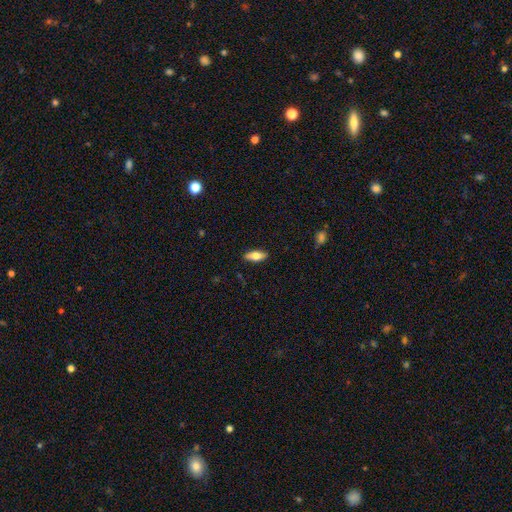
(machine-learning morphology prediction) Smooth or featured?
  - smooth: 68% *
  - featured or disk: 25%
  - star or artifact: 7%
How rounded?
  - in between: 76% *
  - cigar-shaped: 21%
  - round: 3%
Merging?
  - none: 88% *
  - minor disturbance: 9%
  - major disturbance: 2%
  - merger: 1%